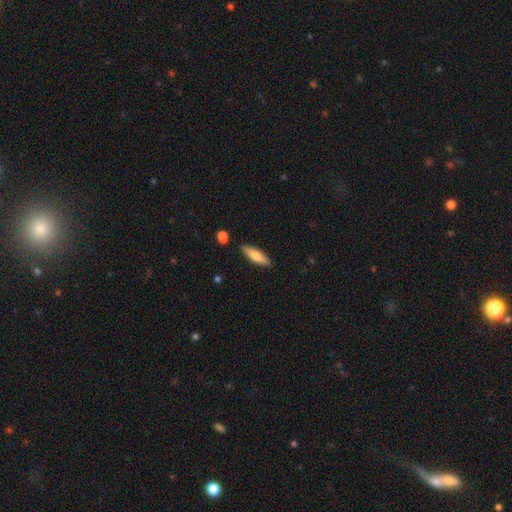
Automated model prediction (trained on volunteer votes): This is likely a smooth galaxy (74%). How rounded: possibly cigar-shaped (60%). Merging: clearly none (86%).